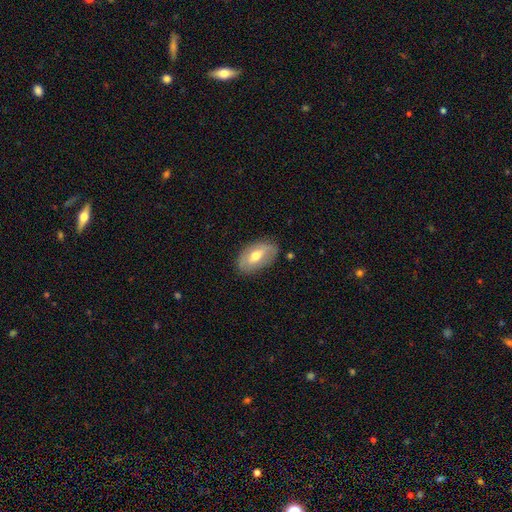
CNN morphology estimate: Smooth or featured: smooth — 47% (featured or disk — 46%)
Merging: none — 76% (minor disturbance — 18%)